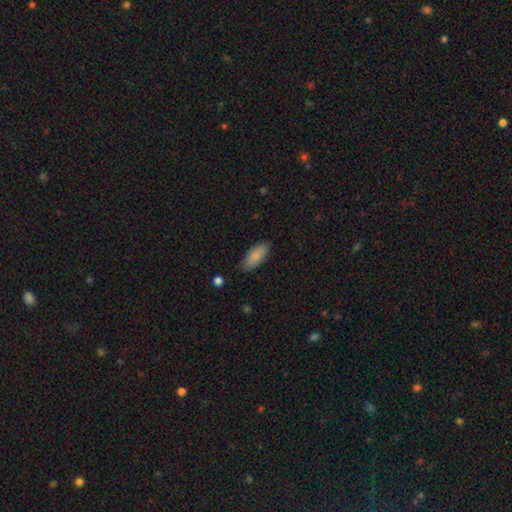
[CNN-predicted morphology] smooth-or-featured: smooth: 87% | featured or disk: 7% | star or artifact: 6%
  how-rounded: in between: 83% | cigar-shaped: 15% | round: 2%
  merging: none: 84% | minor disturbance: 12% | major disturbance: 2% | merger: 1%